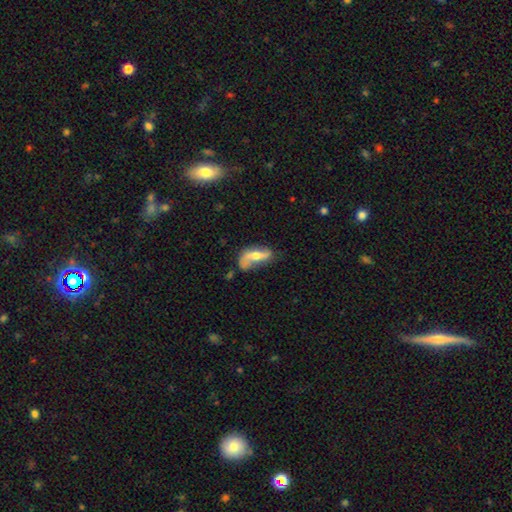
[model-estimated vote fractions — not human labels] A featured or disk galaxy (67%) with no bar (36%), spiral arms (82%) and a moderate central bulge (62%). Merging: none (55%).